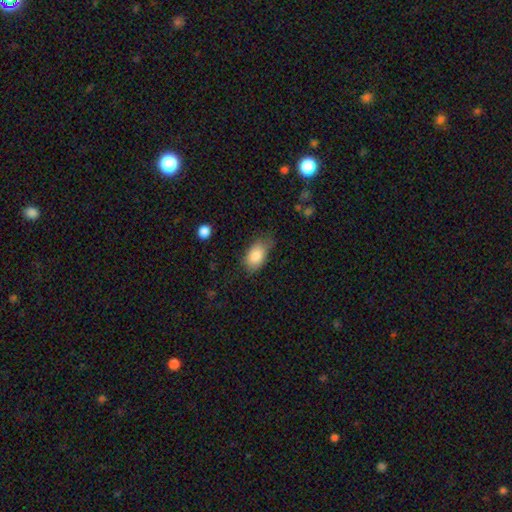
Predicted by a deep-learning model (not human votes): This is clearly a smooth galaxy (84%). How rounded: clearly in between (90%). Merging: possibly none (56%).